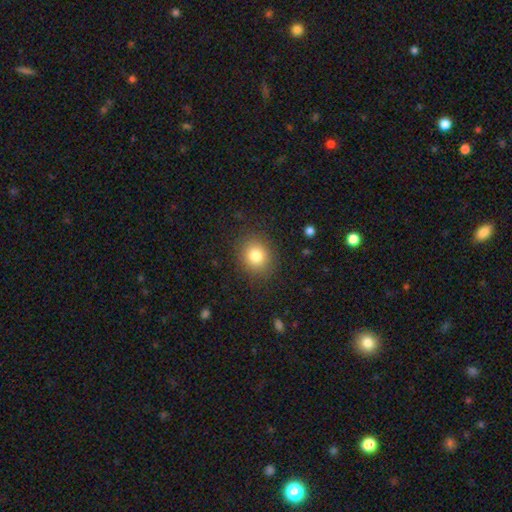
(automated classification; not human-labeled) This is clearly a smooth galaxy (82%). How rounded: likely round (71%). Merging: clearly none (86%).